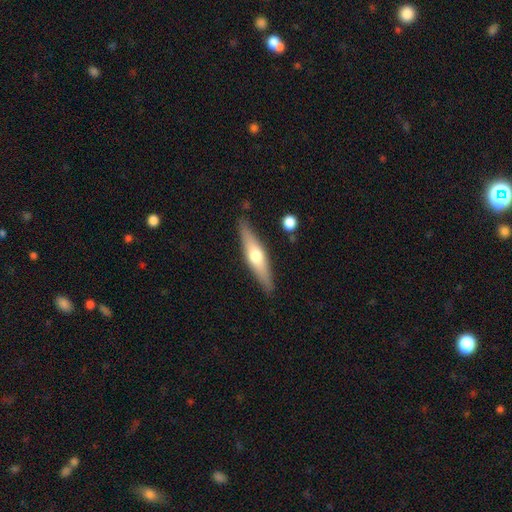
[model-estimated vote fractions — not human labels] featured or disk 53%, smooth 42%, star or artifact 5%. Down the decision tree: edge-on disk — yes (92%); merging — none (86%).